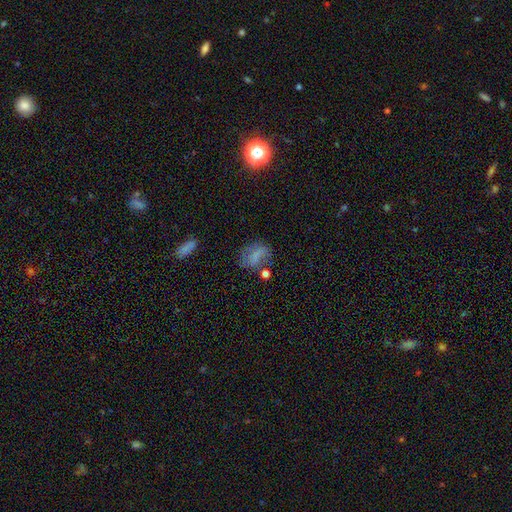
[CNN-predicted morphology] The model was most divided on "merging": none: 50%, minor disturbance: 24%, major disturbance: 17%, merger: 9%. More confident: how rounded — in between (72%); smooth or featured — smooth (60%).